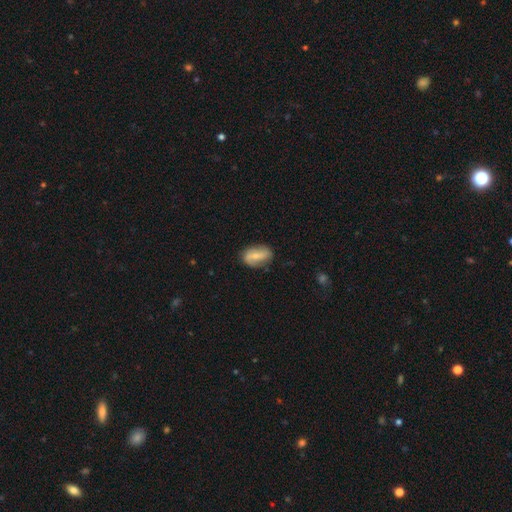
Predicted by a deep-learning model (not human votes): Smooth or featured?
  - featured or disk: 54% *
  - smooth: 39%
  - star or artifact: 7%
Edge-on disk?
  - no: 94% *
  - yes: 6%
Bar?
  - weak: 40% *
  - strong: 32%
  - no: 29%
Spiral arms?
  - yes: 80% *
  - no: 20%
Bulge size?
  - small: 58% *
  - moderate: 34%
  - none: 5%
  - large: 2%
  - dominant: 1%
Merging?
  - none: 75% *
  - minor disturbance: 19%
  - major disturbance: 5%
  - merger: 2%